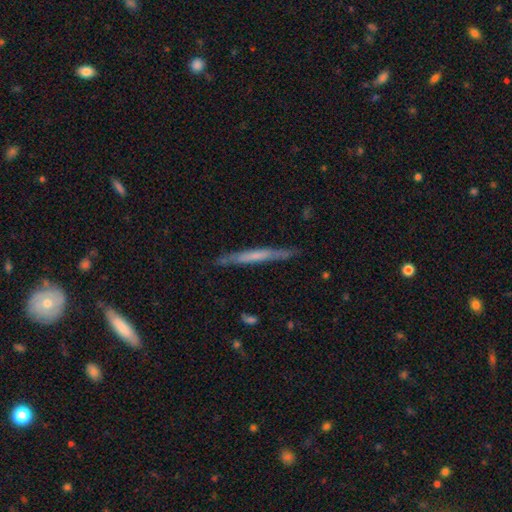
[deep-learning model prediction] Smooth or featured? featured or disk (49%)
Merging? none (84%)